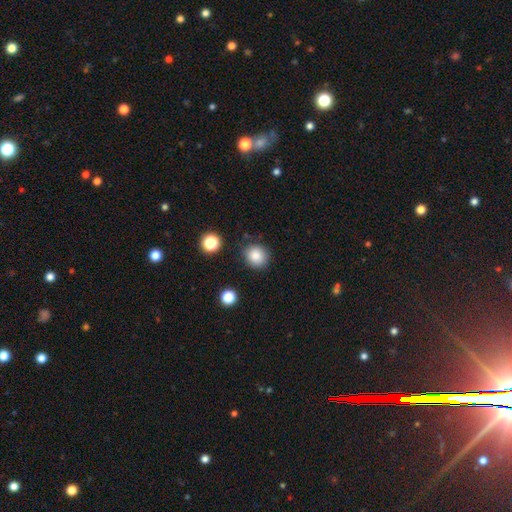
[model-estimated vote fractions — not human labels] Q: Smooth or featured?
A: smooth (85%); runner-up: star or artifact (10%)
Q: How rounded?
A: round (81%); runner-up: in between (18%)
Q: Merging?
A: none (82%); runner-up: minor disturbance (11%)